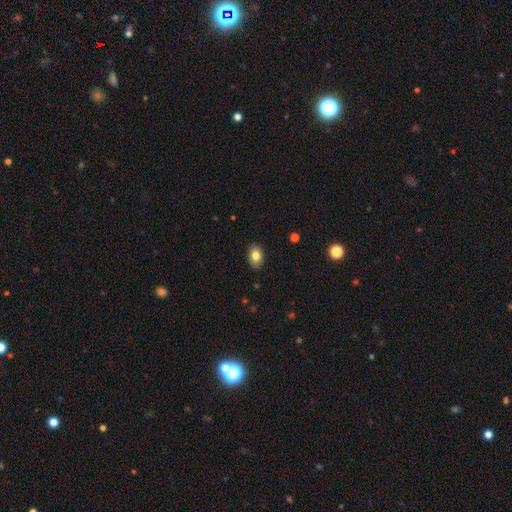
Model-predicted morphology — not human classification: smooth-or-featured: smooth: 82% | featured or disk: 9% | star or artifact: 9%
  how-rounded: in between: 78% | round: 20% | cigar-shaped: 1%
  merging: none: 88% | minor disturbance: 9% | major disturbance: 2% | merger: 1%